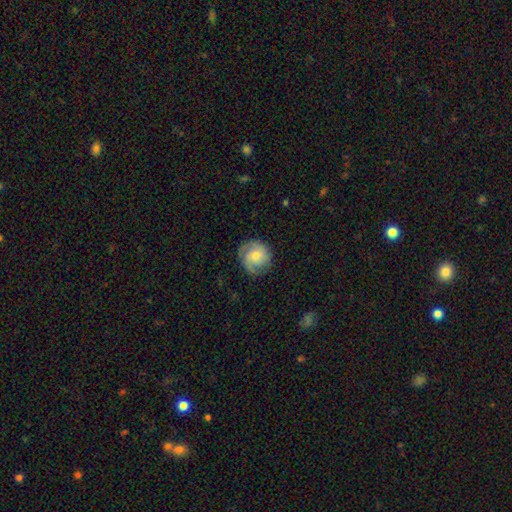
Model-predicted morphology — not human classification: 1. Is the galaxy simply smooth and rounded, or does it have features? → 56% featured or disk, 37% smooth, 7% star or artifact.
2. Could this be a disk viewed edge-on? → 97% no, 3% yes.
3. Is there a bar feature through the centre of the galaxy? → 77% no, 20% weak, 3% strong.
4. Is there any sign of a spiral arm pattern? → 90% yes, 10% no.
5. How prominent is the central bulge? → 49% small, 42% moderate, 4% large, 4% none, 1% dominant.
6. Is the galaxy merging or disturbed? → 75% none, 17% minor disturbance, 6% major disturbance, 1% merger.